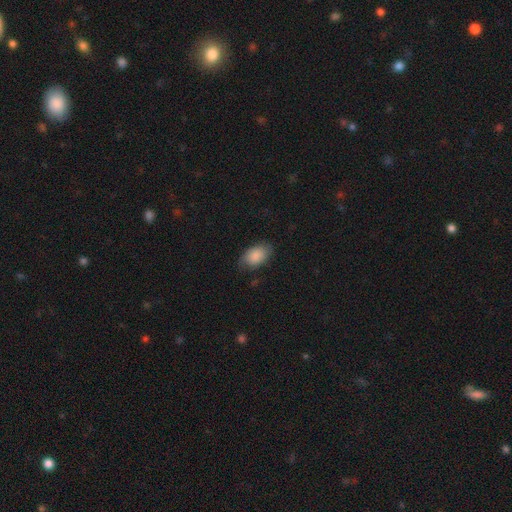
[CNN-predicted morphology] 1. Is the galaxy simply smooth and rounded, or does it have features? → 86% smooth, 8% featured or disk, 7% star or artifact.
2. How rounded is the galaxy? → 91% in between, 8% round, 1% cigar-shaped.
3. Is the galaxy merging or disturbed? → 73% none, 21% minor disturbance, 5% major disturbance, 1% merger.